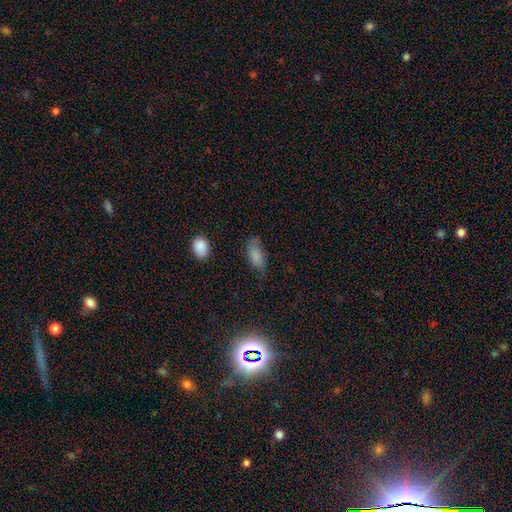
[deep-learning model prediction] Q: Smooth or featured?
A: smooth (79%); runner-up: featured or disk (11%)
Q: How rounded?
A: in between (88%); runner-up: cigar-shaped (8%)
Q: Merging?
A: none (57%); runner-up: minor disturbance (30%)